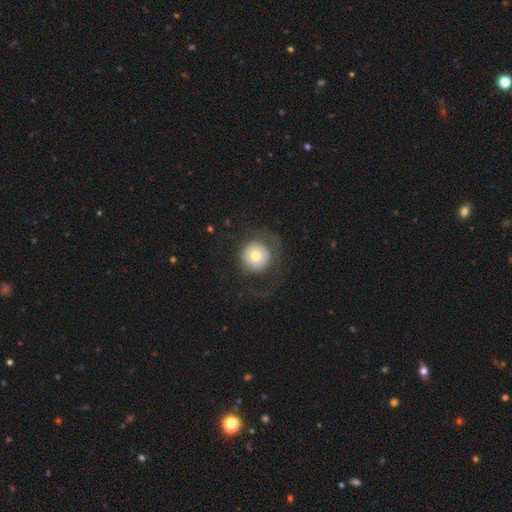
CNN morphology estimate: Smooth or featured? Predicted: smooth (p=0.65). How rounded? Predicted: round (p=0.95). Merging? Predicted: none (p=0.69).